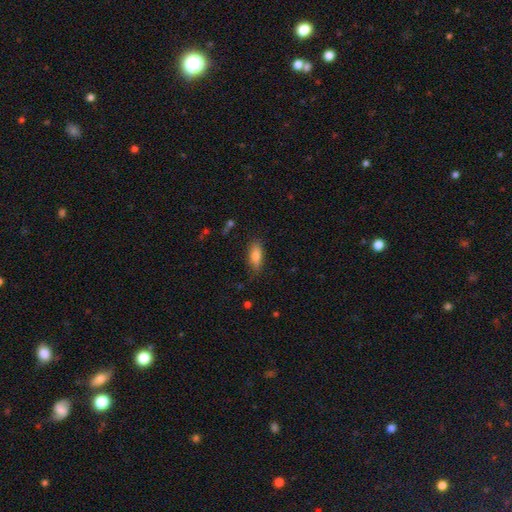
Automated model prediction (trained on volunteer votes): smooth_or_featured: smooth (p=0.82) [alt: featured or disk p=0.10]
how_rounded: in between (p=0.75) [alt: cigar-shaped p=0.23]
merging: none (p=0.78) [alt: minor disturbance p=0.17]